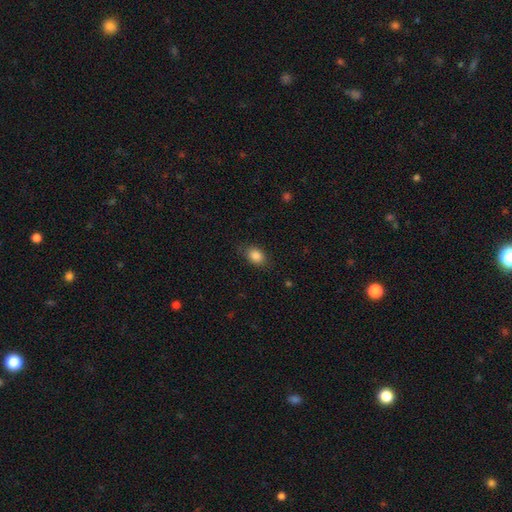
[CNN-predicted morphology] Q: Smooth or featured?
A: smooth (86%); runner-up: star or artifact (9%)
Q: How rounded?
A: in between (75%); runner-up: round (24%)
Q: Merging?
A: none (81%); runner-up: minor disturbance (14%)